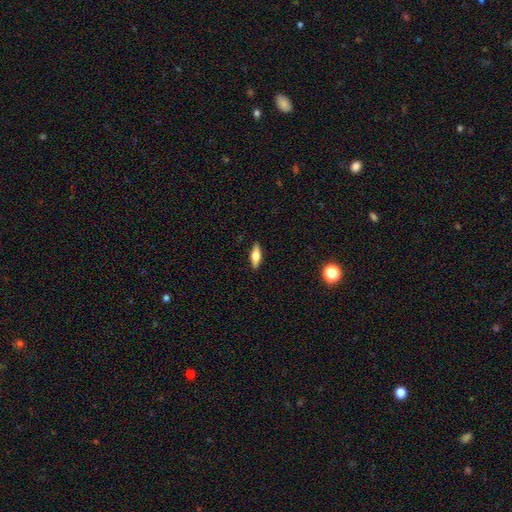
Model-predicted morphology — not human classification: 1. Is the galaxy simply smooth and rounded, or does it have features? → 63% smooth, 30% featured or disk, 7% star or artifact.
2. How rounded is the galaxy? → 59% in between, 38% cigar-shaped, 3% round.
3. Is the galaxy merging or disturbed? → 89% none, 8% minor disturbance, 2% major disturbance, 1% merger.